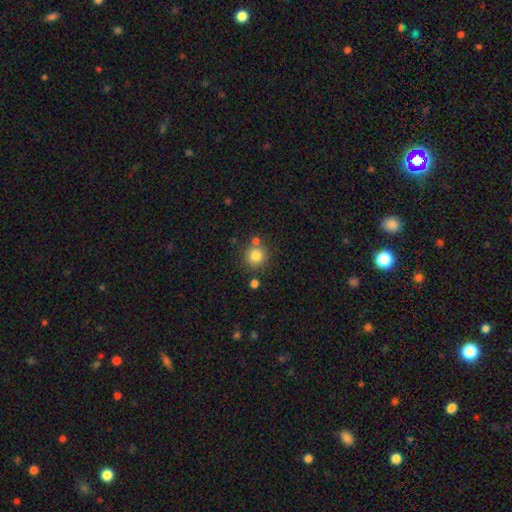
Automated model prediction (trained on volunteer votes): Morphology: type=smooth (81%); roundness=round (91%); merging=none (74%).